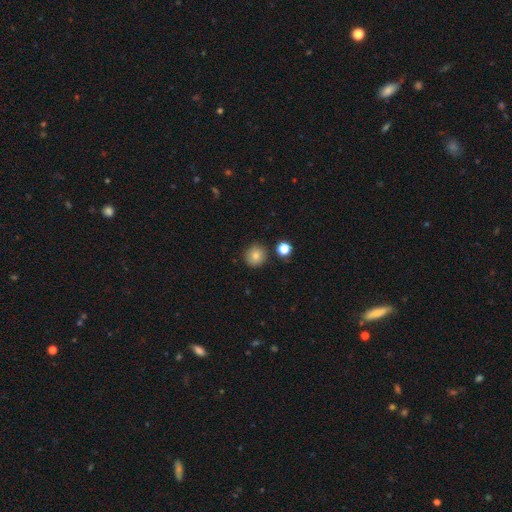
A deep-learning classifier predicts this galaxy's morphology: A smooth galaxy with no disk features (82%) that is round (92%).

Vote fractions:
- Smooth or featured? smooth: 82% / star or artifact: 11% / featured or disk: 7%
- How rounded? round: 92% / in between: 7% / cigar-shaped: 1%
- Merging? none: 86% / minor disturbance: 8% / merger: 4% / major disturbance: 2%